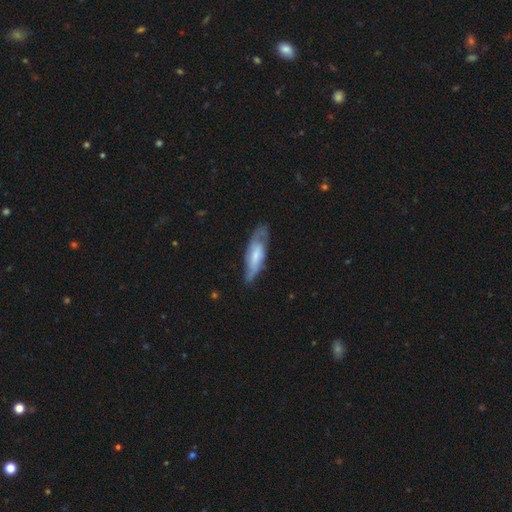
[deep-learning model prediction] smooth_or_featured: featured or disk (p=0.57) [alt: smooth p=0.38]
disk_edge_on: no (p=0.74) [alt: yes p=0.26]
merging: none (p=0.64) [alt: minor disturbance p=0.25]